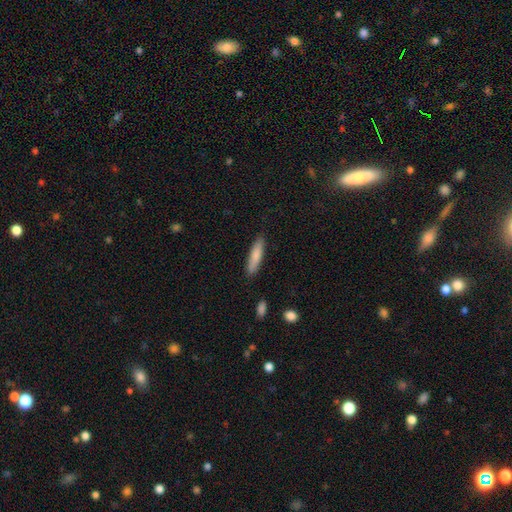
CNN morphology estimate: This appears to be a smooth galaxy with no disk features (81%) that is cigar-shaped (78%). Merging: none (86%).